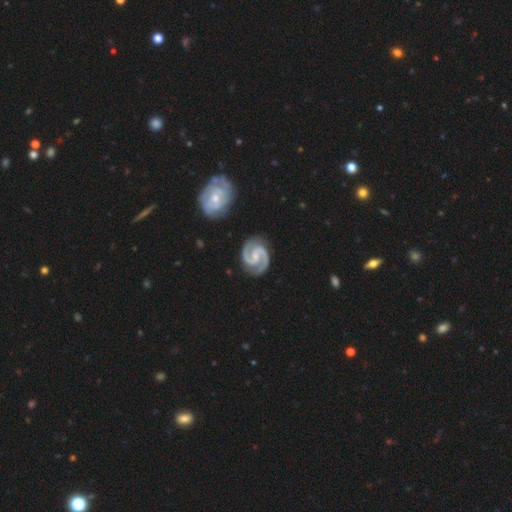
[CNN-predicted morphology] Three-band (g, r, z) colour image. It shows a featured or disk galaxy (94%) with a weak bar (45%), 2 (95%) medium (61%) spiral arms (99%) and a small central bulge (56%). Merging: none (84%).